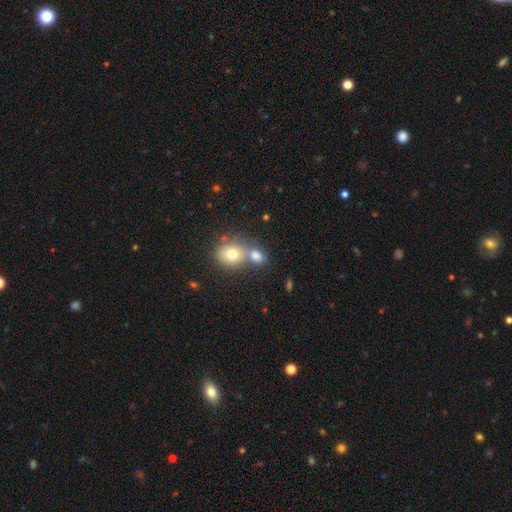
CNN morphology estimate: Smooth or featured?
  - smooth: 78% *
  - featured or disk: 11%
  - star or artifact: 11%
How rounded?
  - in between: 56% *
  - round: 42%
  - cigar-shaped: 2%
Merging?
  - merger: 50% *
  - none: 37%
  - minor disturbance: 9%
  - major disturbance: 4%